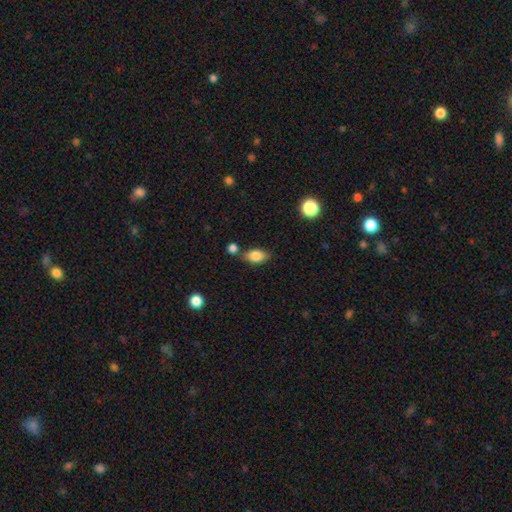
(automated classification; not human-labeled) Q: Smooth or featured?
A: smooth (80%); runner-up: featured or disk (12%)
Q: How rounded?
A: in between (86%); runner-up: round (10%)
Q: Merging?
A: none (69%); runner-up: minor disturbance (15%)